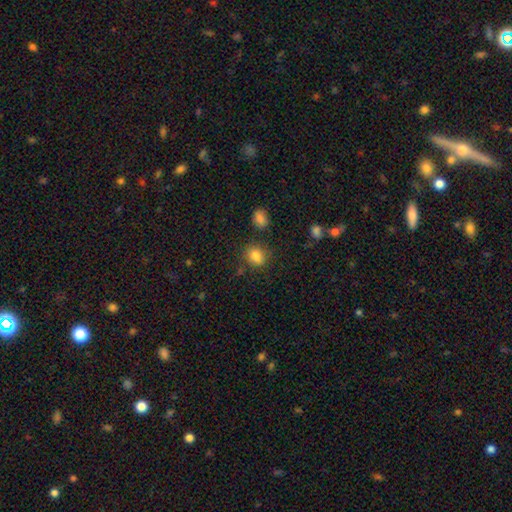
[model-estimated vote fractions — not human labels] smooth 82%, star or artifact 11%, featured or disk 7%. Down the decision tree: how rounded — round (58%); merging — none (75%).